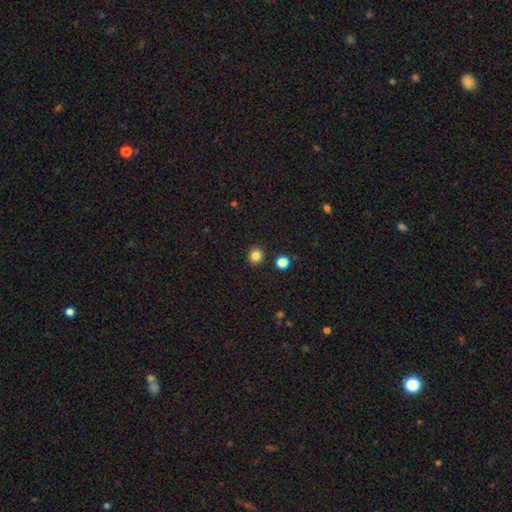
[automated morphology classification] smooth-or-featured: smooth: 84% | star or artifact: 12% | featured or disk: 4%
  how-rounded: round: 91% | in between: 8% | cigar-shaped: 1%
  merging: none: 91% | minor disturbance: 5% | merger: 2% | major disturbance: 2%